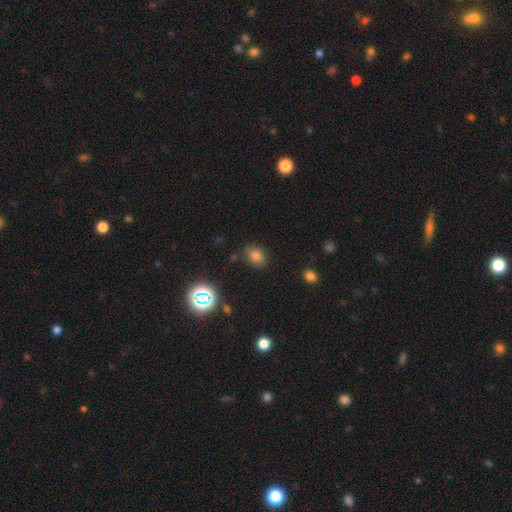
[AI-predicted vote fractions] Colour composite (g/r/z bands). It shows a smooth galaxy with no disk features (75%) that is in between round and cigar-shaped (53%). Merging: none (78%).